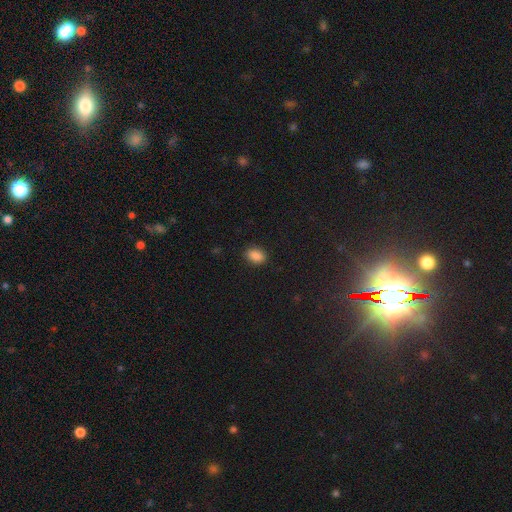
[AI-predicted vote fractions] Smooth or featured? smooth (87%)
How rounded? in between (85%)
Merging? none (87%)